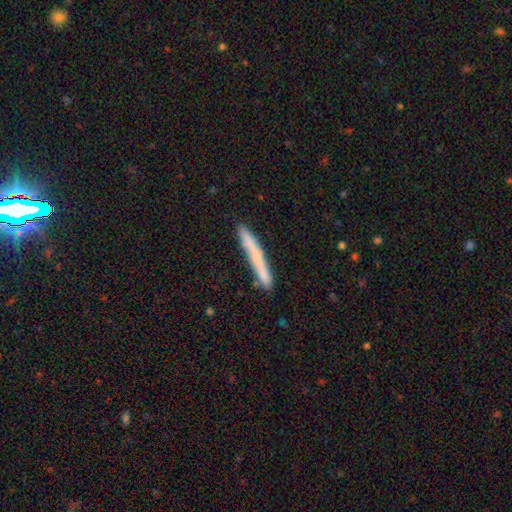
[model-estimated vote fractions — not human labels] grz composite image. It shows a smooth galaxy with no disk features (66%) that is cigar-shaped (97%). Merging: none (83%).